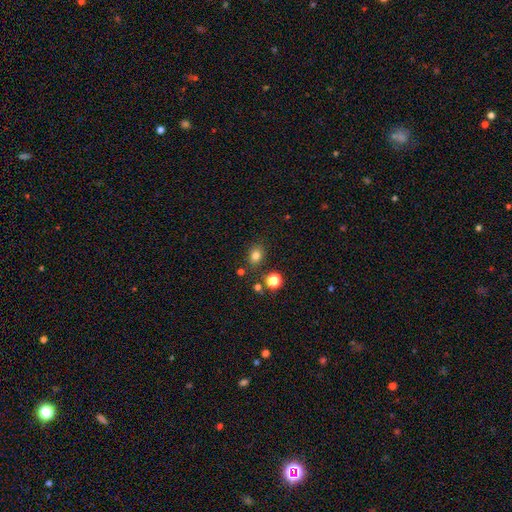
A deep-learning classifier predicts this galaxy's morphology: Smooth or featured?
  - smooth: 80% *
  - star or artifact: 14%
  - featured or disk: 6%
How rounded?
  - round: 53% *
  - in between: 46%
  - cigar-shaped: 1%
Merging?
  - none: 81% *
  - minor disturbance: 11%
  - merger: 5%
  - major disturbance: 3%